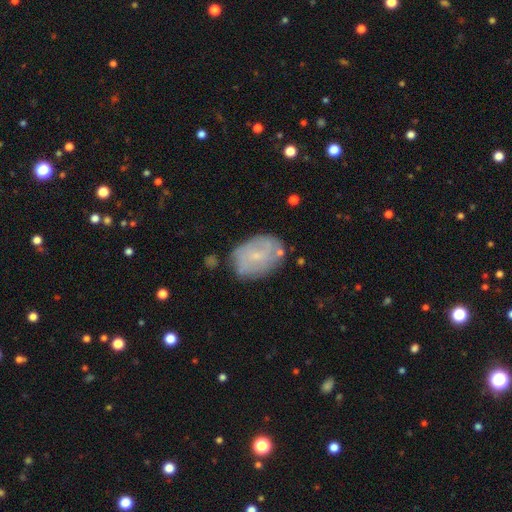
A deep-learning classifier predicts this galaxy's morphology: This is possibly a featured or disk galaxy (47%). Merging: likely none (71%).